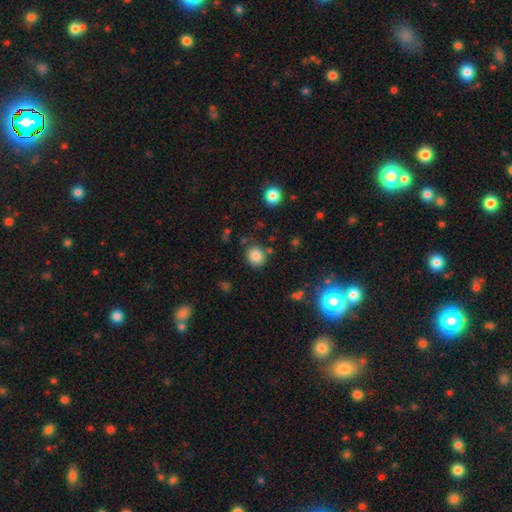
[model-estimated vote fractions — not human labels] Smooth or featured? smooth (83%)
How rounded? round (81%)
Merging? none (83%)